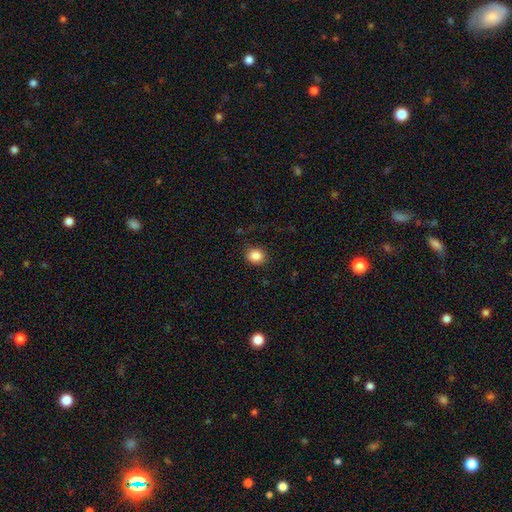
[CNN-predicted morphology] smooth-or-featured: smooth: 86% | star or artifact: 10% | featured or disk: 4%
  how-rounded: round: 67% | in between: 32% | cigar-shaped: 1%
  merging: none: 84% | minor disturbance: 12% | major disturbance: 3% | merger: 1%